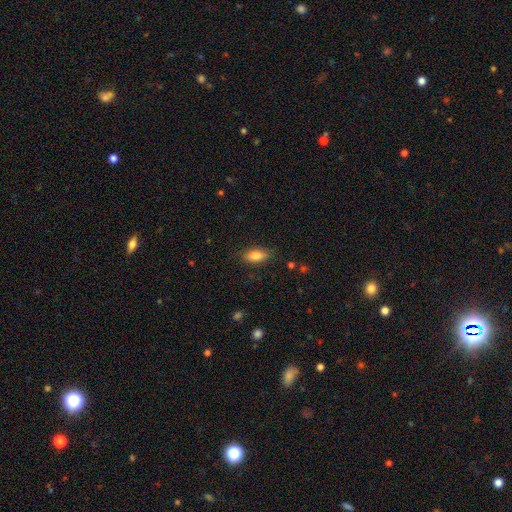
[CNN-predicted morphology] This appears to be a smooth galaxy with no disk features (82%) that is in between round and cigar-shaped (79%). Merging: none (85%).